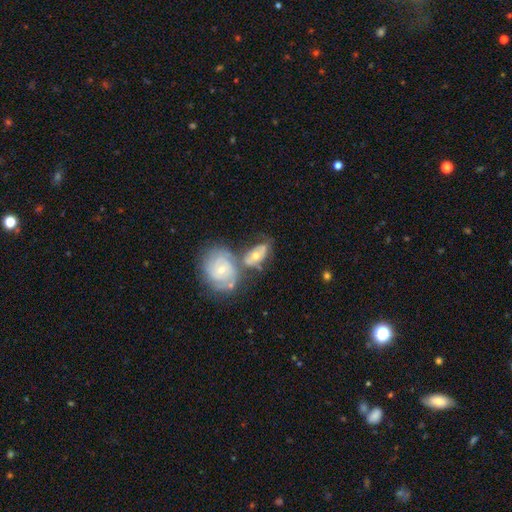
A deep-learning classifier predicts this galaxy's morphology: Smooth or featured? Predicted: featured or disk (p=0.67). Edge-on disk? Predicted: no (p=0.94). Bar? Predicted: no (p=0.74). Spiral arms? Predicted: yes (p=0.77). Bulge size? Predicted: moderate (p=0.49). Merging? Predicted: merger (p=0.43).